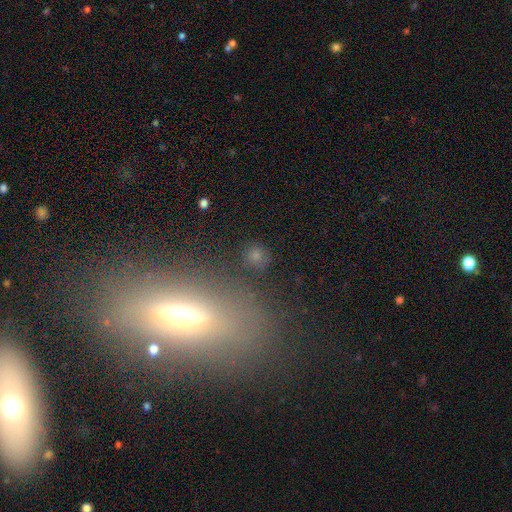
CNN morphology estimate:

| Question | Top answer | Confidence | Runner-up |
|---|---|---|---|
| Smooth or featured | smooth | 70% | star or artifact (22%) |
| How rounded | round | 92% | in between (7%) |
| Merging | none | 82% | minor disturbance (10%) |